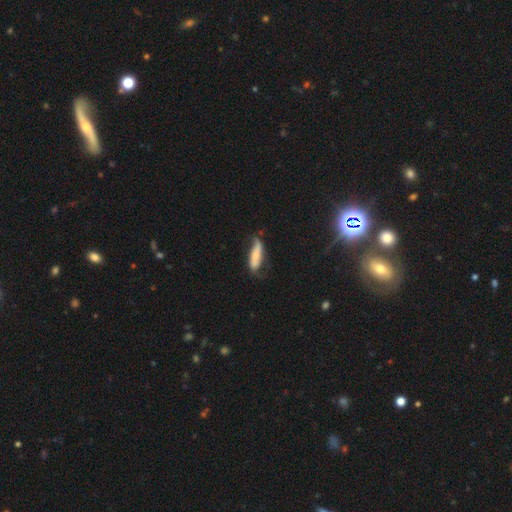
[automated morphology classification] This is possibly a smooth galaxy (52%). How rounded: possibly cigar-shaped (53%). Merging: possibly none (49%).